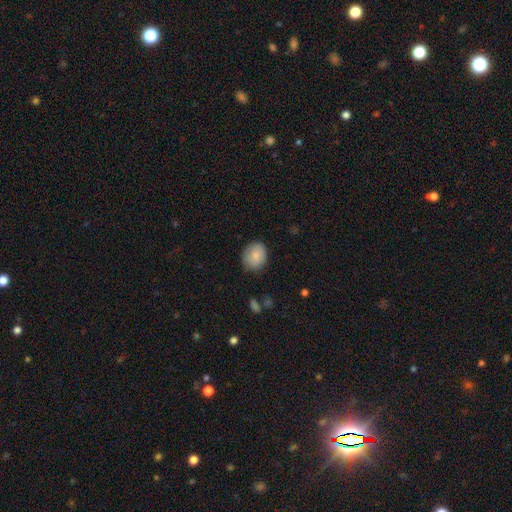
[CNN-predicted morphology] smooth_or_featured: smooth (p=0.84) [alt: featured or disk p=0.09]
how_rounded: round (p=0.64) [alt: in between p=0.35]
merging: none (p=0.78) [alt: minor disturbance p=0.17]